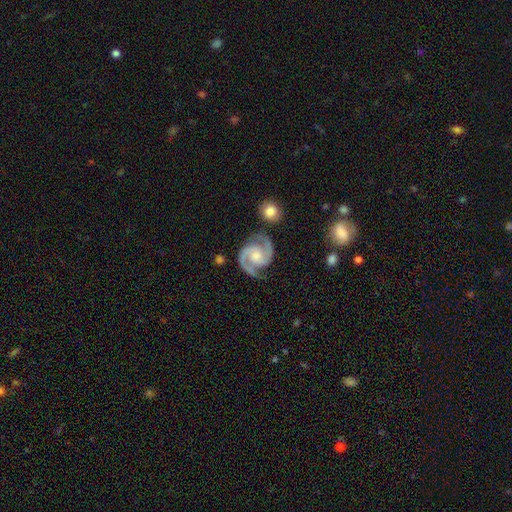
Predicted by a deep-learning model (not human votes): smooth-or-featured: featured or disk: 93% | star or artifact: 4% | smooth: 3%
  disk-edge-on: no: 98% | yes: 2%
    bar: no: 60% | weak: 30% | strong: 9%
    has-spiral-arms: yes: 99% | no: 1%
      spiral-winding: medium: 55% | tight: 37% | loose: 8%
      spiral-arm-count: 2: 94% | 3: 2% | can't tell: 1% | 1: 1% | 4: 1% | more than 4: 1%
    bulge-size: moderate: 45% | small: 42% | none: 7% | large: 5% | dominant: 1%
  merging: none: 80% | minor disturbance: 13% | major disturbance: 4% | merger: 3%